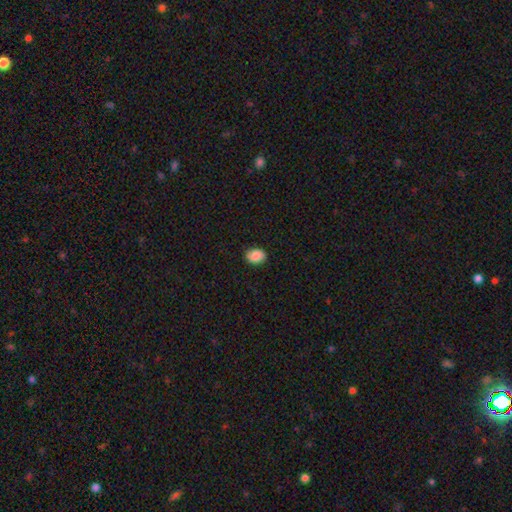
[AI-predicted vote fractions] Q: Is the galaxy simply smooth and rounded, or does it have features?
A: smooth — 86%.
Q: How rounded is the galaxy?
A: in between — 65%.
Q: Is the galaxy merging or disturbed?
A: none — 86%.